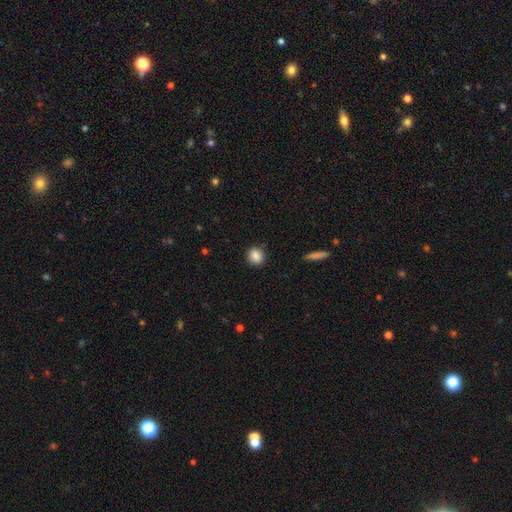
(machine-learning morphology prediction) smooth 87%, star or artifact 8%, featured or disk 5%. Down the decision tree: how rounded — round (83%); merging — none (90%).